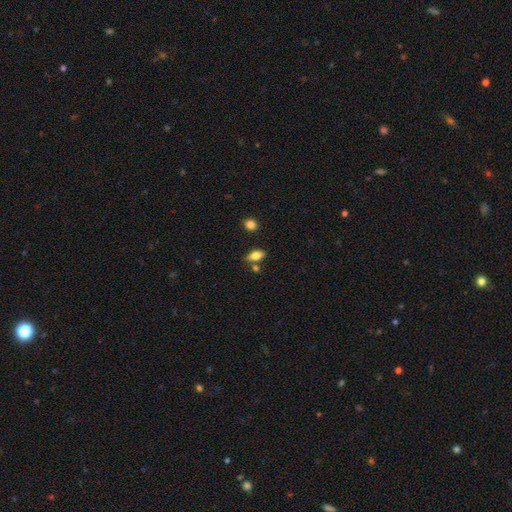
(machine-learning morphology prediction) Smooth or featured: smooth — 79% (featured or disk — 13%)
How rounded: in between — 86% (cigar-shaped — 8%)
Merging: none — 70% (minor disturbance — 14%)